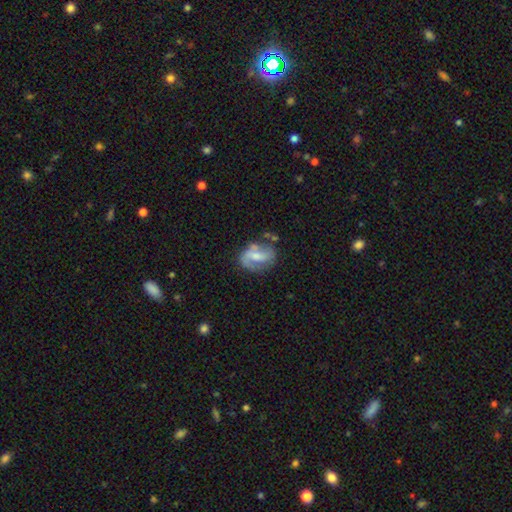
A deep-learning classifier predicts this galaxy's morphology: Smooth or featured? featured or disk (67%)
Edge-on disk? no (97%)
Bar? weak (47%)
Spiral arms? yes (83%)
Spiral winding? medium (44%)
Spiral arm count? 2 (77%)
Bulge size? moderate (46%)
Merging? none (56%)